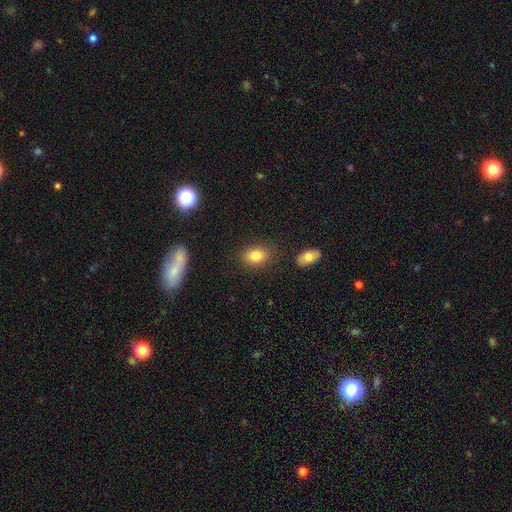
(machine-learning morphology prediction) smooth-or-featured: smooth: 81% | featured or disk: 10% | star or artifact: 9%
  how-rounded: in between: 71% | round: 27% | cigar-shaped: 1%
  merging: none: 81% | minor disturbance: 12% | merger: 4% | major disturbance: 3%